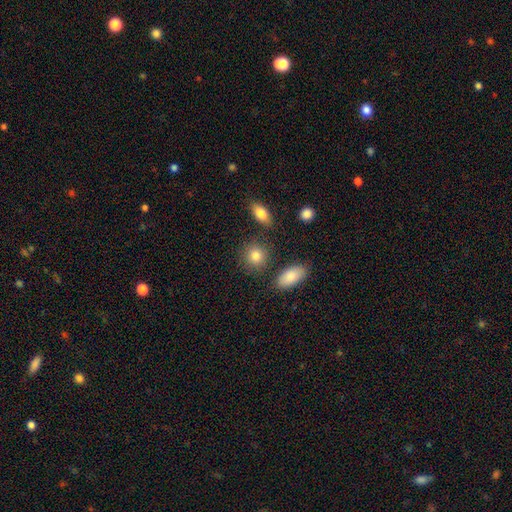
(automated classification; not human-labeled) A smooth galaxy with no disk features (85%) that is round (78%).

Vote fractions:
- Smooth or featured? smooth: 85% / star or artifact: 8% / featured or disk: 7%
- How rounded? round: 78% / in between: 20% / cigar-shaped: 2%
- Merging? none: 80% / minor disturbance: 10% / merger: 6% / major disturbance: 3%